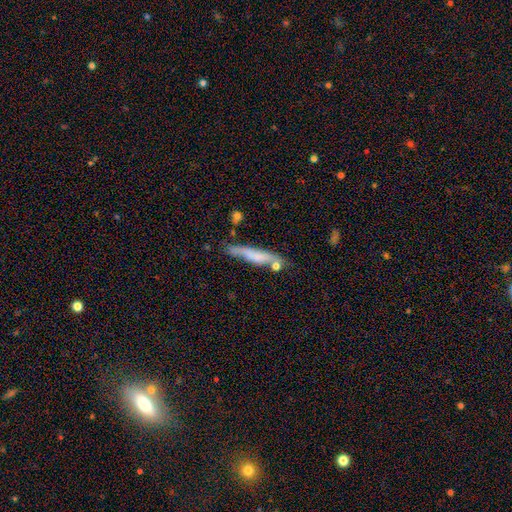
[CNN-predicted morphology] This is possibly a smooth galaxy (60%). How rounded: clearly cigar-shaped (90%). Merging: likely none (64%).